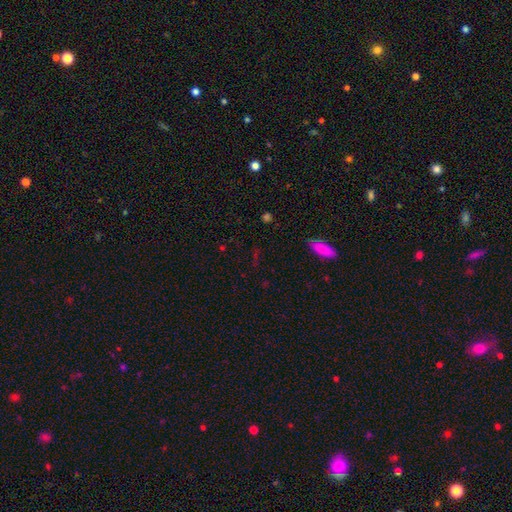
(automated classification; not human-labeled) smooth_or_featured: star or artifact (p=0.51) [alt: smooth p=0.39]